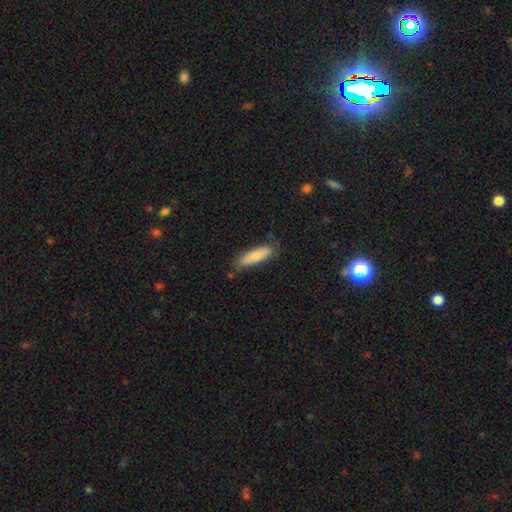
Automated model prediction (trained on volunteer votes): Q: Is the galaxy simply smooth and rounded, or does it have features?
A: smooth — 79%.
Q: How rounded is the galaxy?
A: cigar-shaped — 60%.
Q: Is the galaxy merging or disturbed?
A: none — 74%.